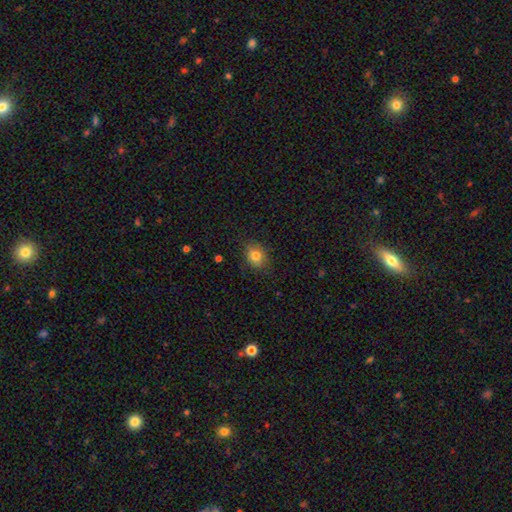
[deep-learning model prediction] A smooth galaxy with no disk features (79%) that is round (53%).

Vote fractions:
- Smooth or featured? smooth: 79% / star or artifact: 12% / featured or disk: 10%
- How rounded? round: 53% / in between: 45% / cigar-shaped: 1%
- Merging? none: 82% / minor disturbance: 14% / major disturbance: 3% / merger: 1%